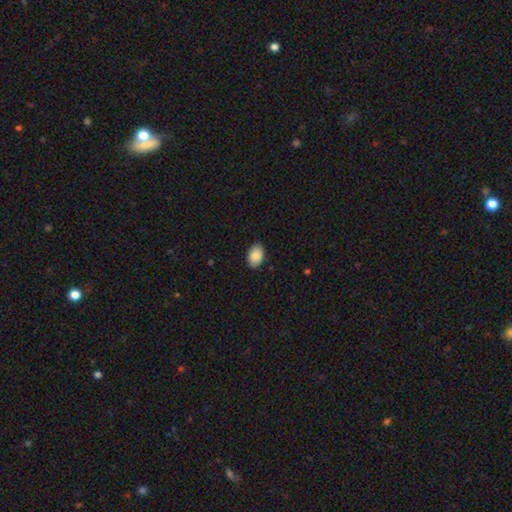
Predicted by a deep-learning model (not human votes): This appears to be a smooth galaxy with no disk features (88%) that is in between round and cigar-shaped (88%). Merging: none (88%).